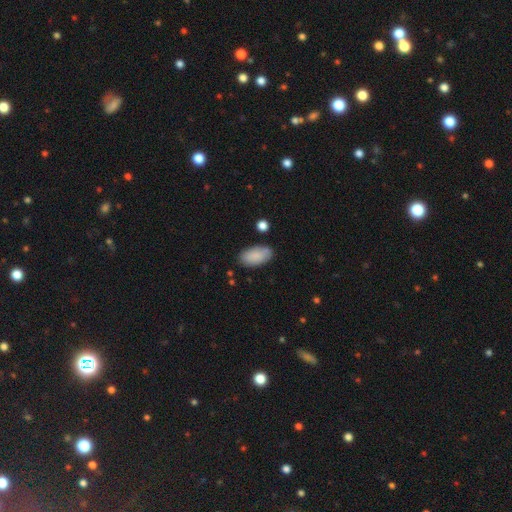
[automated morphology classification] smooth-or-featured: smooth: 87% | featured or disk: 7% | star or artifact: 6%
  how-rounded: in between: 94% | cigar-shaped: 3% | round: 3%
  merging: none: 77% | minor disturbance: 15% | merger: 4% | major disturbance: 3%